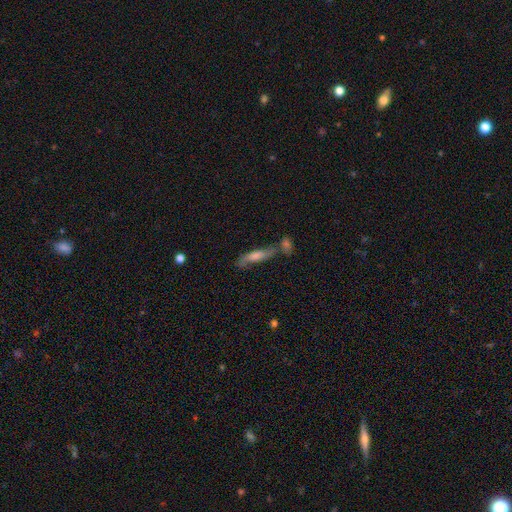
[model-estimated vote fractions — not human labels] Overall: featured or disk (53%; smooth 34%). Edge-on disk: yes (70%). Merging: none (54%; merger 24%).